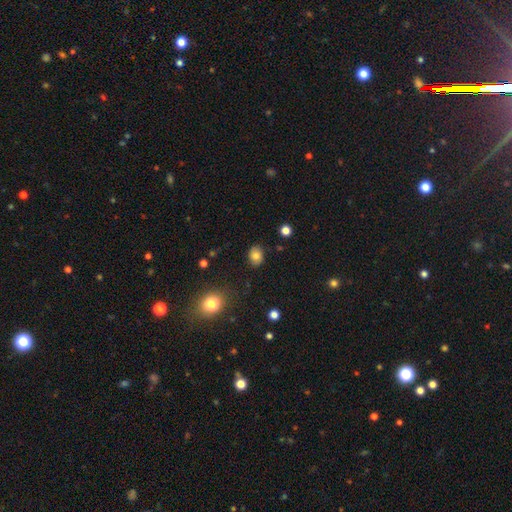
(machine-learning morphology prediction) smooth-or-featured: smooth: 82% | star or artifact: 11% | featured or disk: 8%
  how-rounded: in between: 60% | round: 39% | cigar-shaped: 1%
  merging: none: 85% | minor disturbance: 11% | major disturbance: 3% | merger: 1%